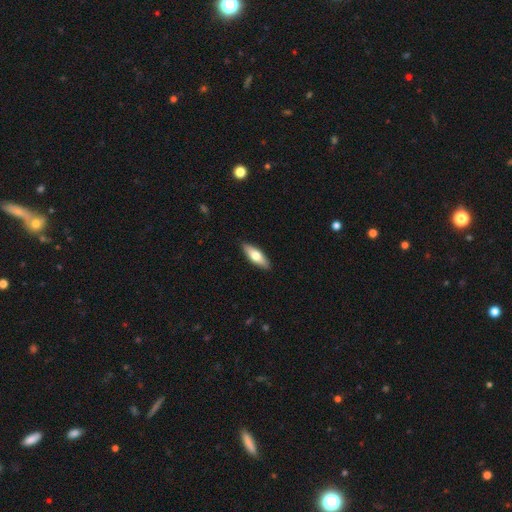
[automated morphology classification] Smooth or featured?
  - smooth: 63% *
  - featured or disk: 32%
  - star or artifact: 5%
How rounded?
  - in between: 58% *
  - cigar-shaped: 40%
  - round: 2%
Merging?
  - none: 90% *
  - minor disturbance: 8%
  - major disturbance: 2%
  - merger: 1%